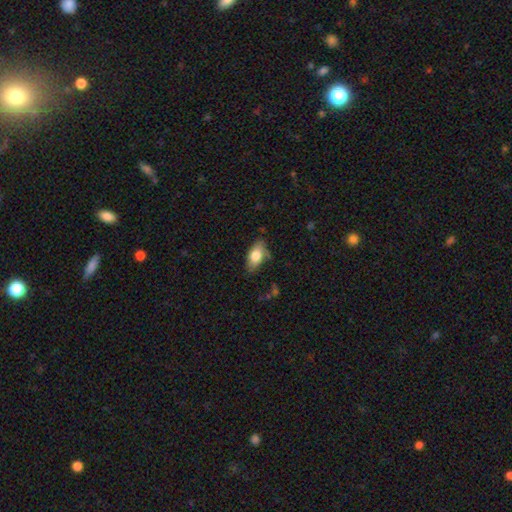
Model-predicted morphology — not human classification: type=smooth (78%); roundness=in between (89%); merging=none (69%).